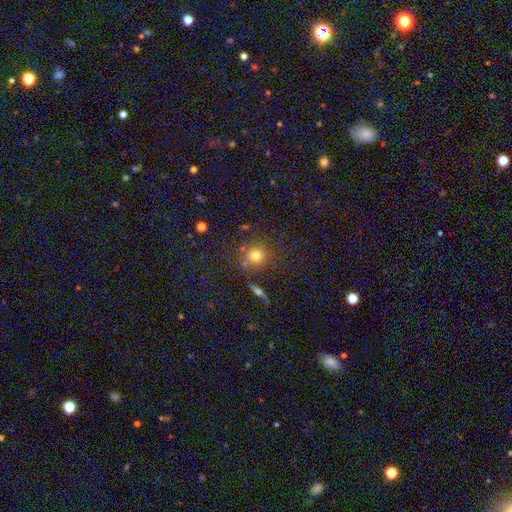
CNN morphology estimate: The model was most divided on "smooth or featured": smooth: 73%, star or artifact: 16%, featured or disk: 11%. More confident: how rounded — round (88%); merging — none (72%).